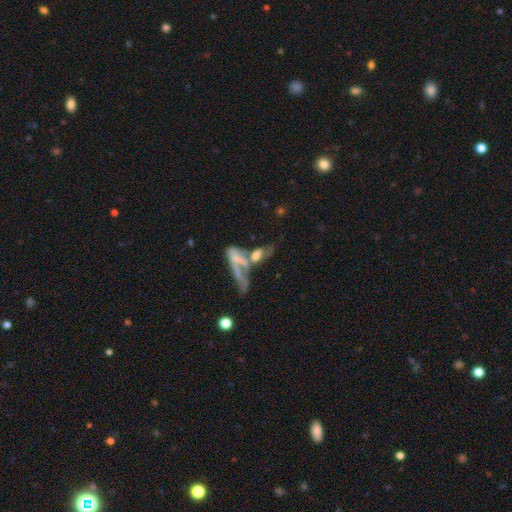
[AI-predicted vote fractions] Smooth or featured? featured or disk (42%)
Merging? merger (47%)